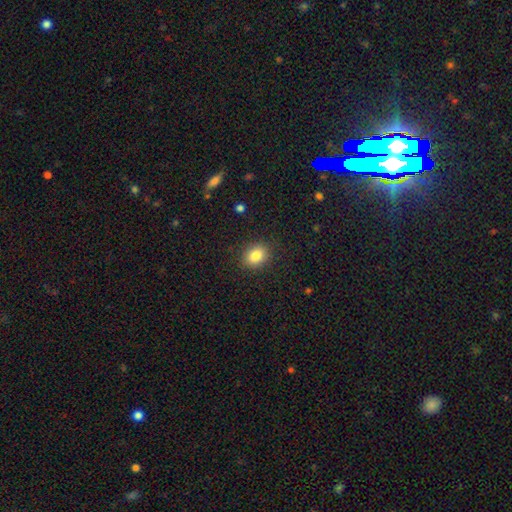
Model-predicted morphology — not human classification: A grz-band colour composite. It shows a smooth galaxy with no disk features (85%) that is in between round and cigar-shaped (54%). Merging: none (88%).